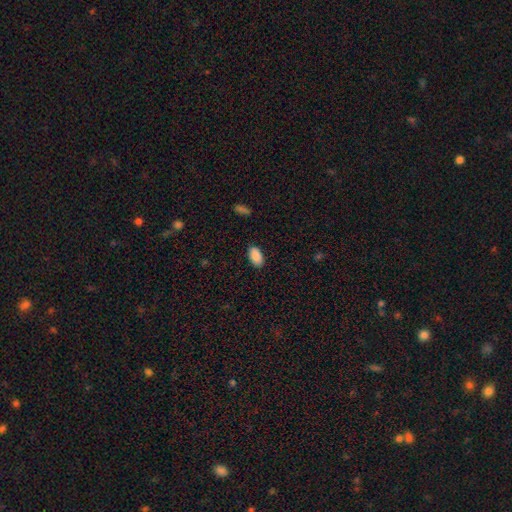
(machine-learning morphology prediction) A smooth galaxy with no disk features (90%) that is in between round and cigar-shaped (94%). Merging: none (87%).